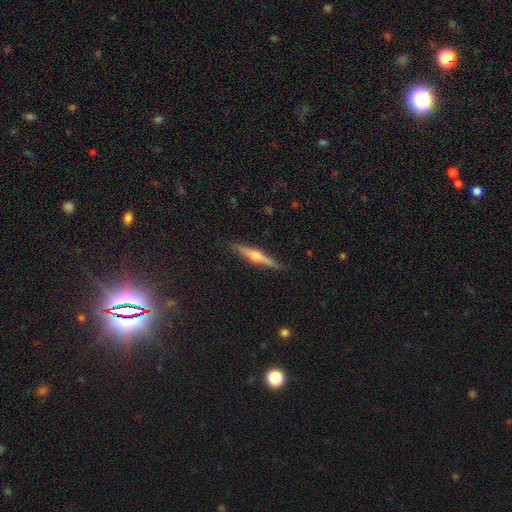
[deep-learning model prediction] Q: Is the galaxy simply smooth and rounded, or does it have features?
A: featured or disk — 67%.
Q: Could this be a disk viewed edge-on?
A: yes — 97%.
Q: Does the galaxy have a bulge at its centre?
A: rounded — 91%.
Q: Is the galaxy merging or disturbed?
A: none — 87%.